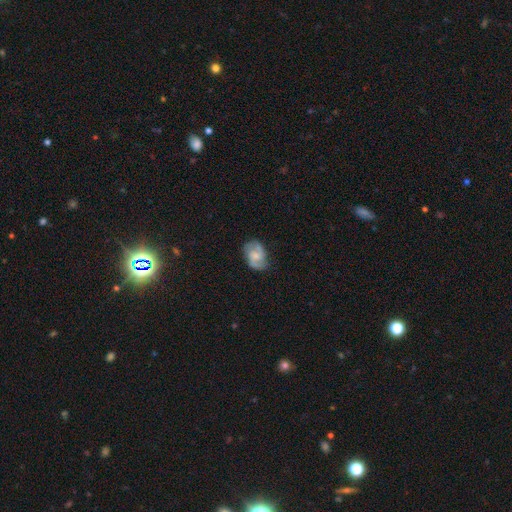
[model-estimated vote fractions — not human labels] Smooth or featured? featured or disk (59%)
Edge-on disk? no (97%)
Bar? no (52%)
Spiral arms? yes (88%)
Spiral winding? medium (49%)
Spiral arm count? 2 (78%)
Bulge size? moderate (36%)
Merging? none (69%)